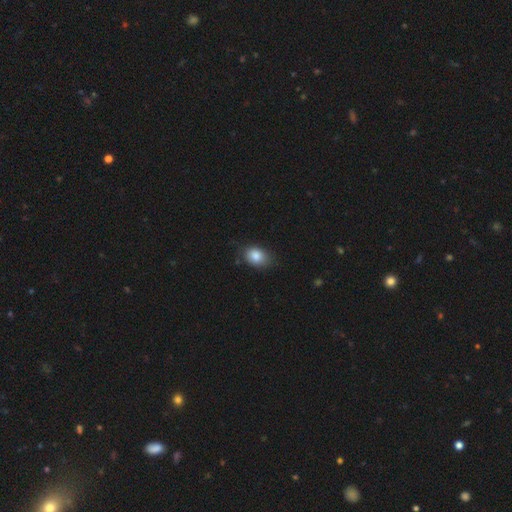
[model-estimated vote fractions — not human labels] This appears to be a smooth galaxy with no disk features (85%) that is in between round and cigar-shaped (73%). Merging: none (70%).